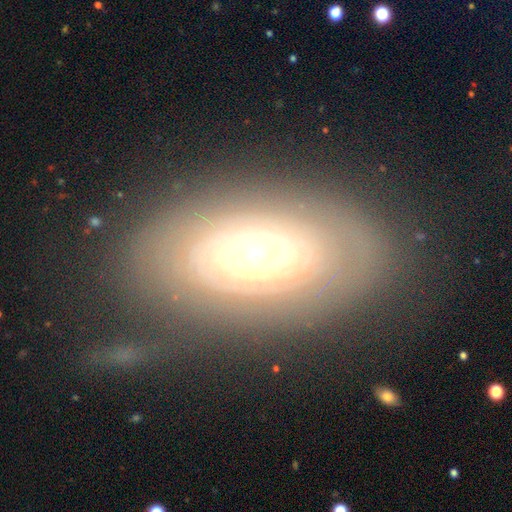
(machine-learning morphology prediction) type=featured or disk (69%); edge-on=no (91%); bar=no (88%); spiral arms=yes (58%); bulge=moderate (60%); merging=none (78%).